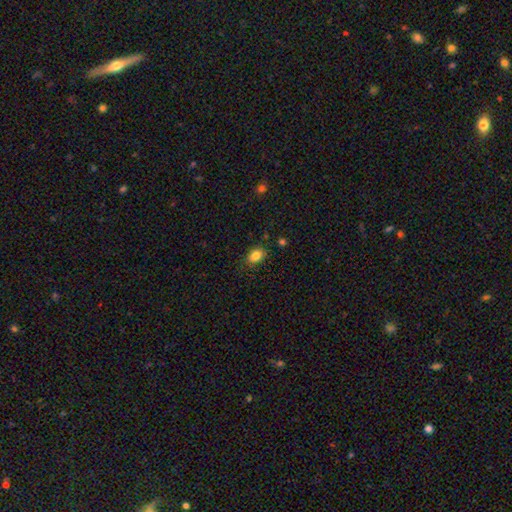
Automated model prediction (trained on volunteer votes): Smooth or featured? Predicted: smooth (p=0.84). How rounded? Predicted: in between (p=0.77). Merging? Predicted: none (p=0.78).